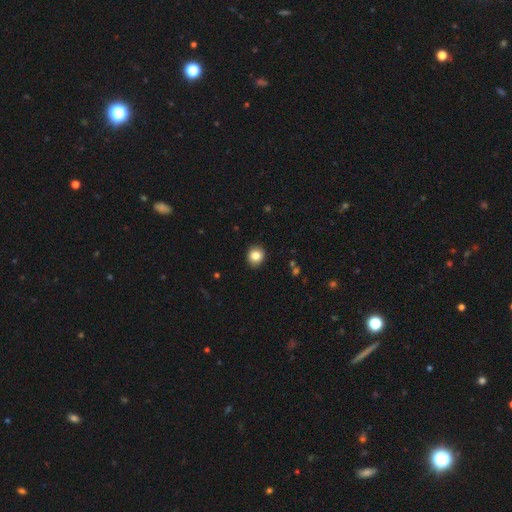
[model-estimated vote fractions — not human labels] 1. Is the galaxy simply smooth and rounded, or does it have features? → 85% smooth, 9% star or artifact, 6% featured or disk.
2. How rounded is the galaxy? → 78% round, 21% in between, 1% cigar-shaped.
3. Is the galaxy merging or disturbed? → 90% none, 7% minor disturbance, 2% major disturbance, 1% merger.